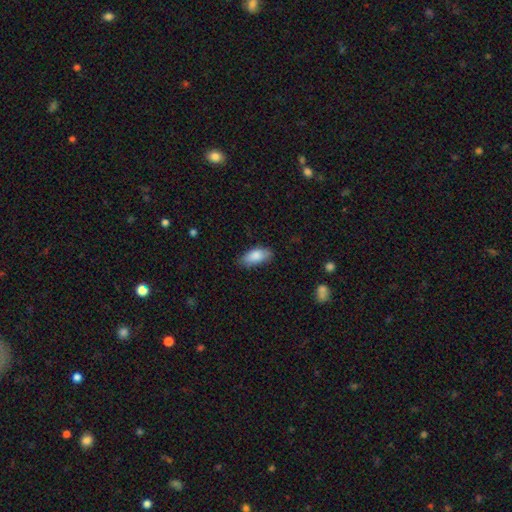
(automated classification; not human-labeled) Smooth or featured: smooth — 86% (featured or disk — 8%)
How rounded: in between — 87% (cigar-shaped — 11%)
Merging: none — 79% (minor disturbance — 17%)